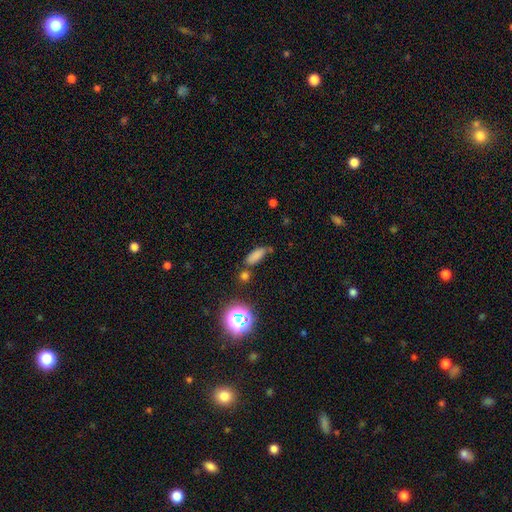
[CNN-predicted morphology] smooth-or-featured: smooth: 74% | star or artifact: 18% | featured or disk: 9%
  how-rounded: in between: 63% | cigar-shaped: 31% | round: 5%
  merging: none: 63% | minor disturbance: 18% | merger: 13% | major disturbance: 6%